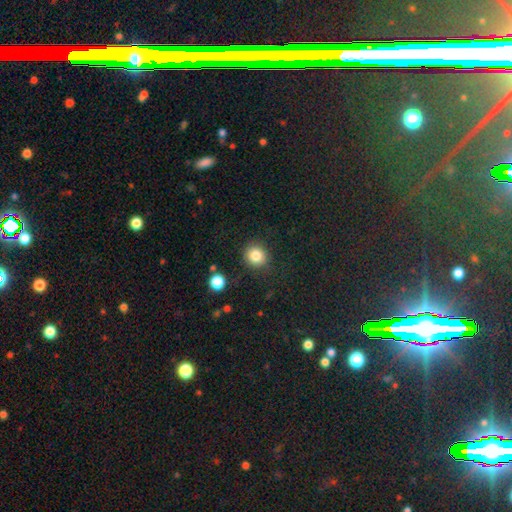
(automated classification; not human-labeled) A smooth galaxy with no disk features (83%) that is round (88%).

Vote fractions:
- Smooth or featured? smooth: 83% / star or artifact: 11% / featured or disk: 6%
- How rounded? round: 88% / in between: 11% / cigar-shaped: 1%
- Merging? none: 87% / minor disturbance: 8% / major disturbance: 3% / merger: 2%